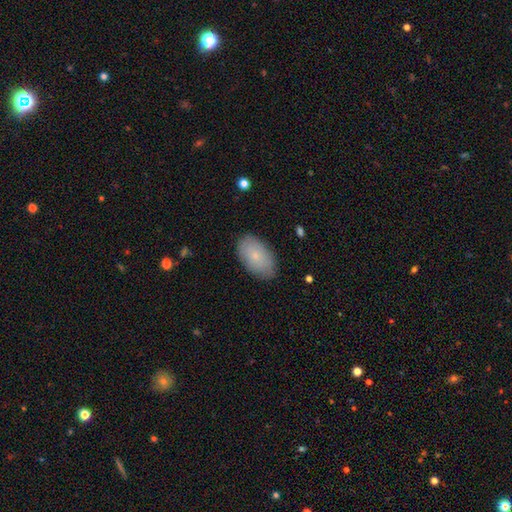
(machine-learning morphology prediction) This is likely a smooth galaxy (78%). How rounded: clearly in between (94%). Merging: clearly none (83%).